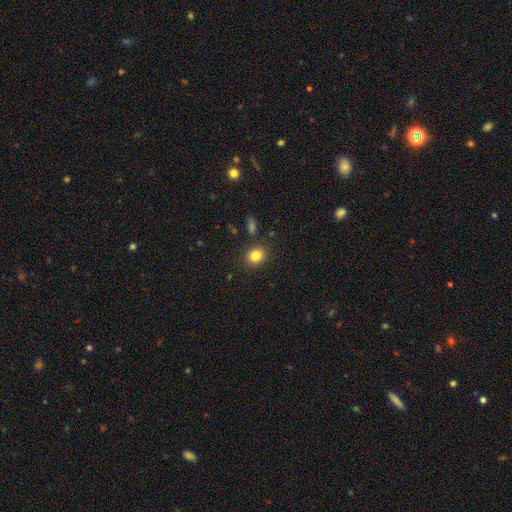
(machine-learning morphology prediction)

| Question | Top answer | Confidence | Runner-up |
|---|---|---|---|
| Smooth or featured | smooth | 83% | star or artifact (11%) |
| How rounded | round | 66% | in between (33%) |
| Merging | none | 87% | minor disturbance (8%) |